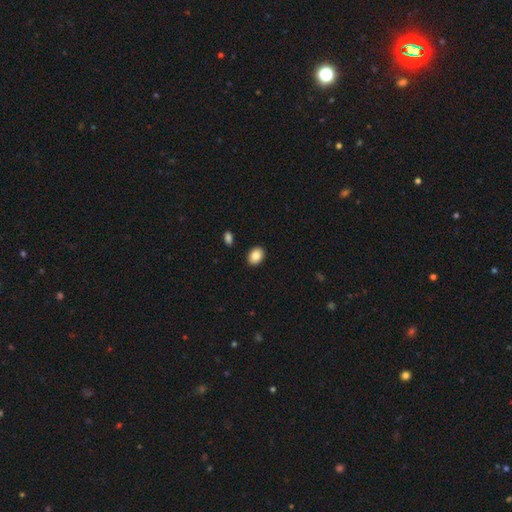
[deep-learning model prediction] The model was most divided on "how rounded": in between: 68%, round: 31%, cigar-shaped: 1%. More confident: merging — none (90%); smooth or featured — smooth (85%).